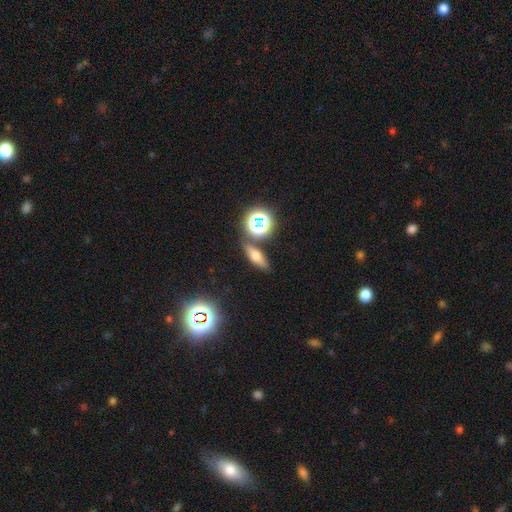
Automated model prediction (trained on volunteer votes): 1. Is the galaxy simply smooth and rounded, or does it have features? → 53% smooth, 26% featured or disk, 21% star or artifact.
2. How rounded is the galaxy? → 48% in between, 37% cigar-shaped, 15% round.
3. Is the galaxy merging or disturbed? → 81% none, 9% minor disturbance, 7% merger, 3% major disturbance.